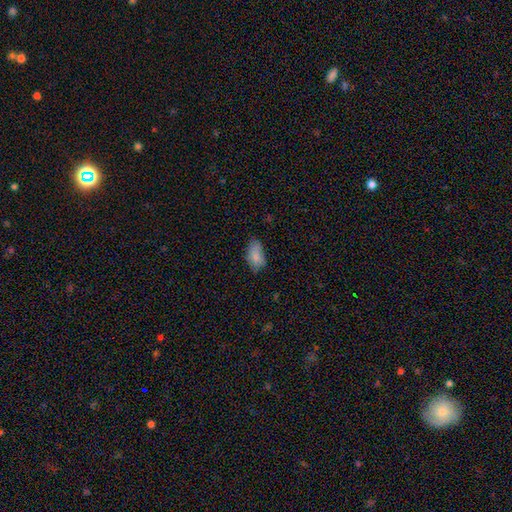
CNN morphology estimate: Overall: smooth (82%). How rounded: in between (93%). Merging: none (54%; minor disturbance 33%).